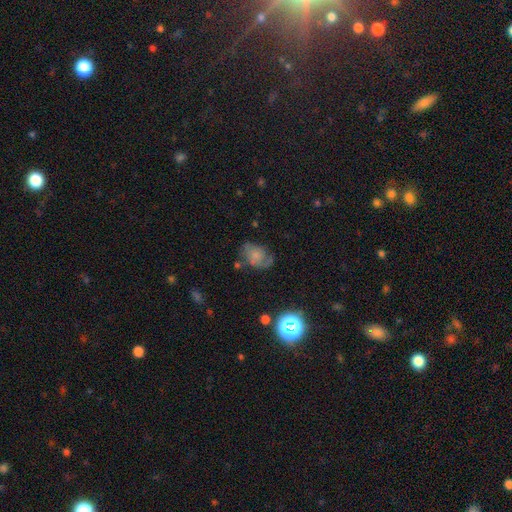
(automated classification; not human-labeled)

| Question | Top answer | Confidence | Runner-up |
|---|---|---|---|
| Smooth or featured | smooth | 46% | featured or disk (41%) |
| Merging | none | 46% | minor disturbance (29%) |